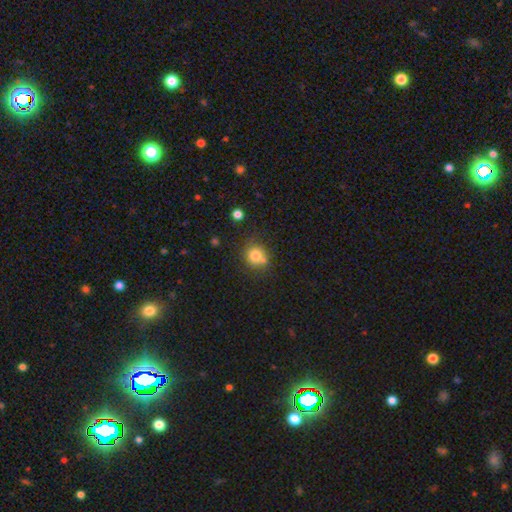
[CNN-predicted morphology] smooth 78%, star or artifact 12%, featured or disk 10%. Down the decision tree: how rounded — round (86%); merging — none (63%).